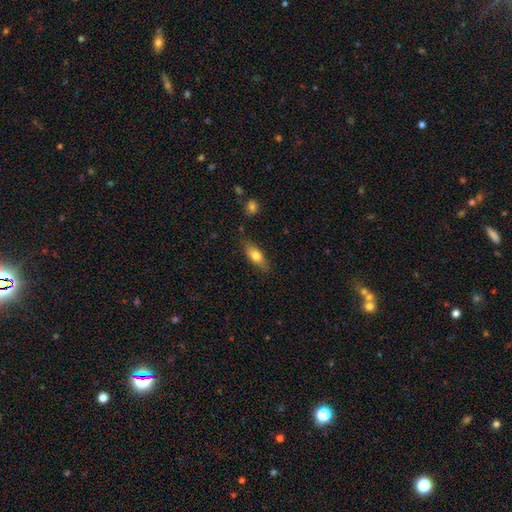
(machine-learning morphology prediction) smooth_or_featured: smooth (p=0.73) [alt: featured or disk p=0.20]
how_rounded: in between (p=0.71) [alt: cigar-shaped p=0.26]
merging: none (p=0.80) [alt: minor disturbance p=0.15]